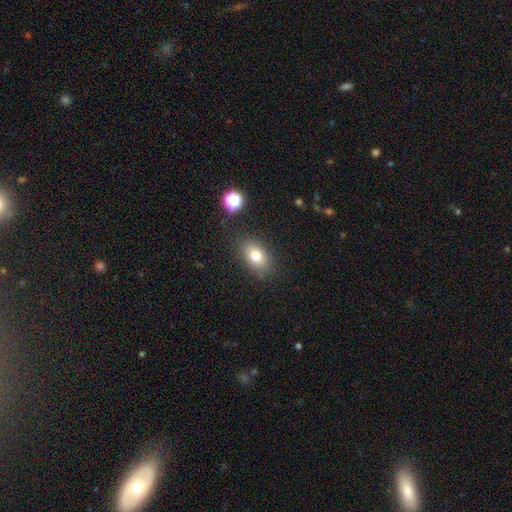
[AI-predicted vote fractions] This appears to be a smooth galaxy with no disk features (78%) that is in between round and cigar-shaped (82%). Merging: none (82%).